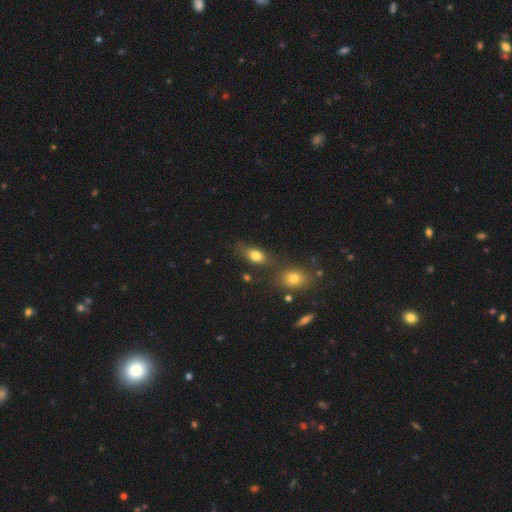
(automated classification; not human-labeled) This appears to be a smooth galaxy with no disk features (79%) that is in between round and cigar-shaped (81%). Merging: none (63%).